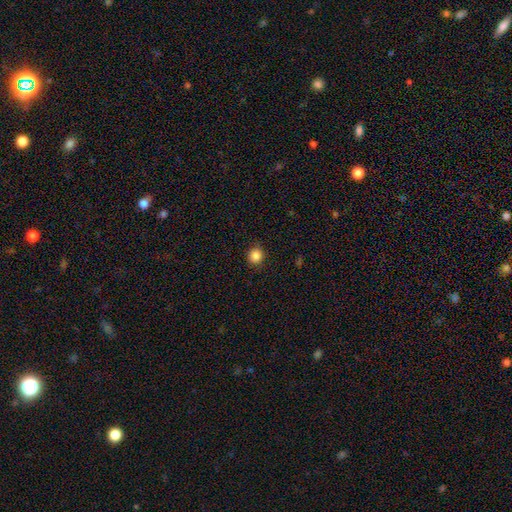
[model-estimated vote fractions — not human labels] Smooth or featured? Predicted: smooth (p=0.86). How rounded? Predicted: round (p=0.87). Merging? Predicted: none (p=0.89).